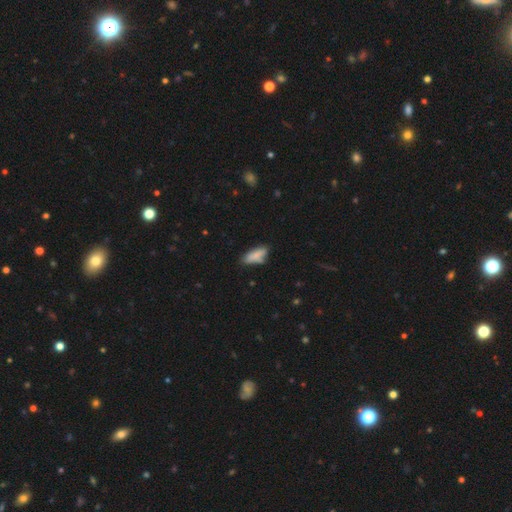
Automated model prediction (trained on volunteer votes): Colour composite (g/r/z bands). It shows a smooth galaxy with no disk features (78%) that is in between round and cigar-shaped (65%). Merging: none (59%).